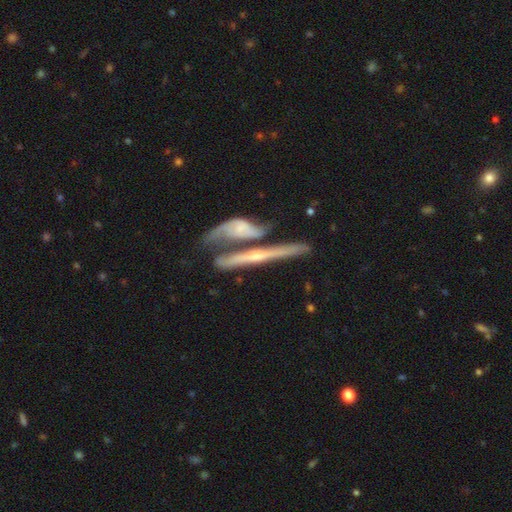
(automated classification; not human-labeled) smooth_or_featured: featured or disk (p=0.74) [alt: smooth p=0.19]
disk_edge_on: yes (p=0.84) [alt: no p=0.16]
edge_on_bulge: rounded (p=0.55) [alt: none p=0.38]
merging: none (p=0.42) [alt: merger p=0.39]